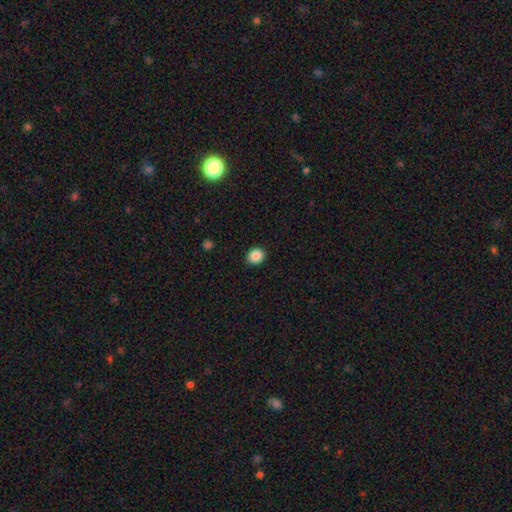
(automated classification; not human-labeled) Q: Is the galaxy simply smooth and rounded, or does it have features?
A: smooth — 87%.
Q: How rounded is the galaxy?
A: round — 66%.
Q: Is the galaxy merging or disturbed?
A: none — 91%.